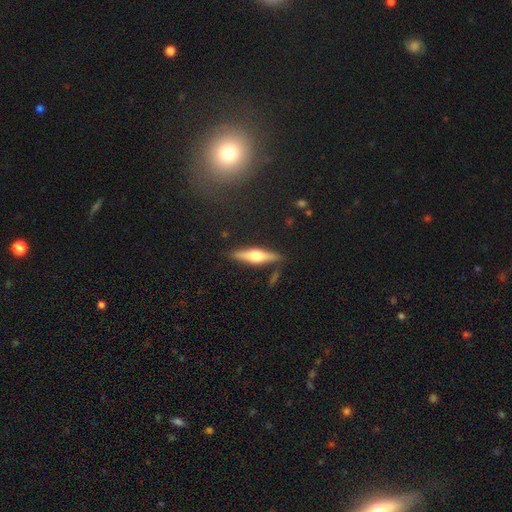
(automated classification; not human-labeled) Smooth or featured? featured or disk (58%)
Edge-on disk? yes (95%)
Edge-on bulge? rounded (92%)
Merging? none (85%)